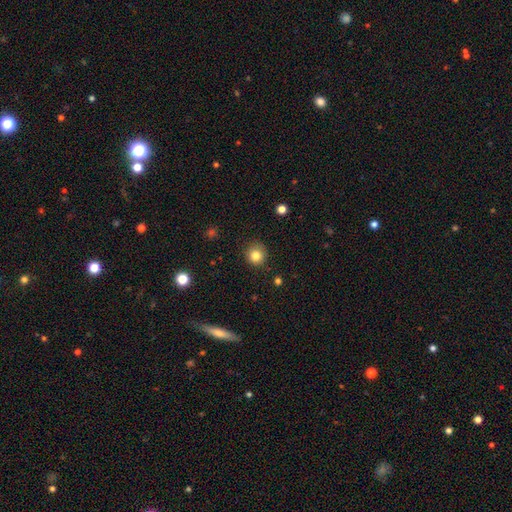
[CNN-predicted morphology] Overall: smooth (82%). How rounded: round (93%). Merging: none (88%).